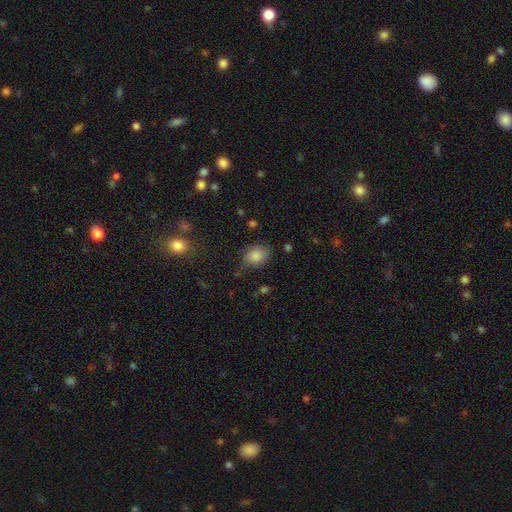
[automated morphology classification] Smooth or featured?
  - smooth: 81% *
  - star or artifact: 10%
  - featured or disk: 9%
How rounded?
  - in between: 54% *
  - round: 45%
  - cigar-shaped: 1%
Merging?
  - none: 58% *
  - minor disturbance: 30%
  - major disturbance: 10%
  - merger: 3%